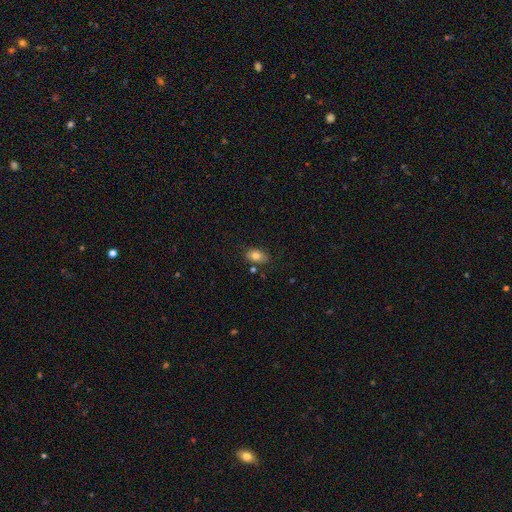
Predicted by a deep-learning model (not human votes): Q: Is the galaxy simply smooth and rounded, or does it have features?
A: smooth — 80%.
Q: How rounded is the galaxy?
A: in between — 88%.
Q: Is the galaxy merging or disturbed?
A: none — 79%.